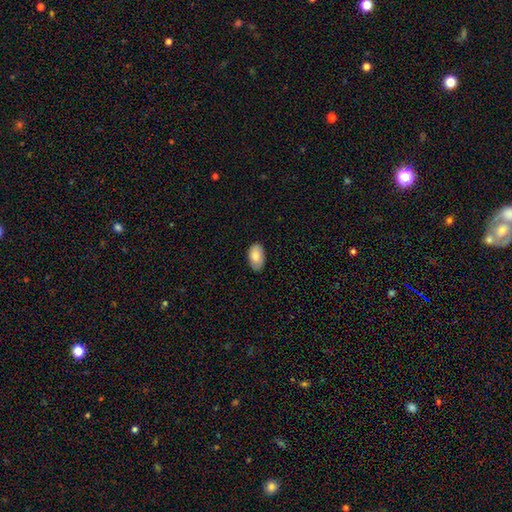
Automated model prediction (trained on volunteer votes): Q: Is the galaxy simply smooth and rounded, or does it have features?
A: smooth — 84%.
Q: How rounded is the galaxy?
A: in between — 93%.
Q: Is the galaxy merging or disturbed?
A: none — 84%.